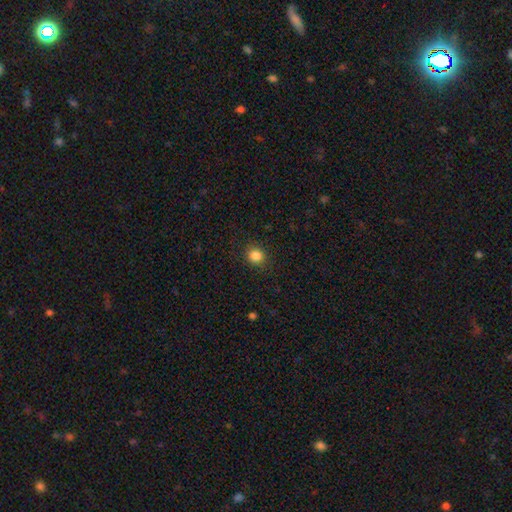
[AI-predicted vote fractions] A smooth galaxy with no disk features (85%) that is round (83%). Merging: none (89%).